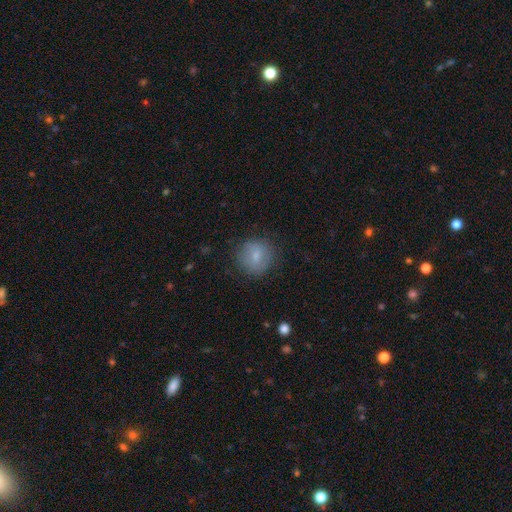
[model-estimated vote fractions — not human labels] smooth_or_featured: smooth (p=0.75) [alt: featured or disk p=0.16]
how_rounded: round (p=0.87) [alt: in between p=0.12]
merging: none (p=0.81) [alt: minor disturbance p=0.13]